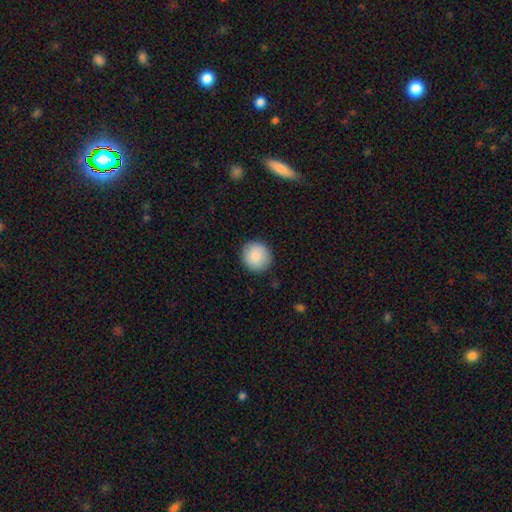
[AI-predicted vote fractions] Q: Smooth or featured?
A: smooth (88%); runner-up: star or artifact (7%)
Q: How rounded?
A: round (93%); runner-up: in between (6%)
Q: Merging?
A: none (91%); runner-up: minor disturbance (7%)